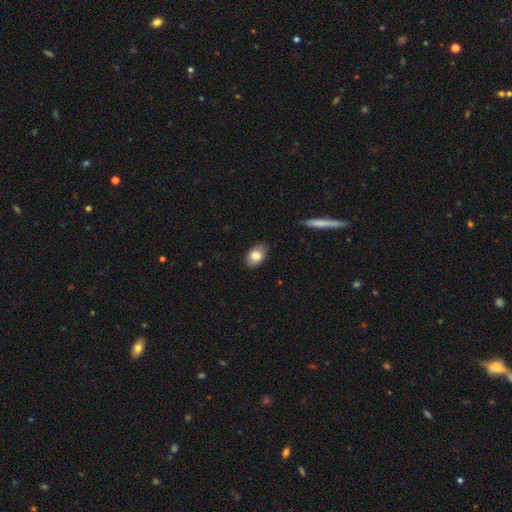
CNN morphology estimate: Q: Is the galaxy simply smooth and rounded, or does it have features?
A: smooth — 81%.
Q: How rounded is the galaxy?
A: in between — 87%.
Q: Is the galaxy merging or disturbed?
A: none — 84%.